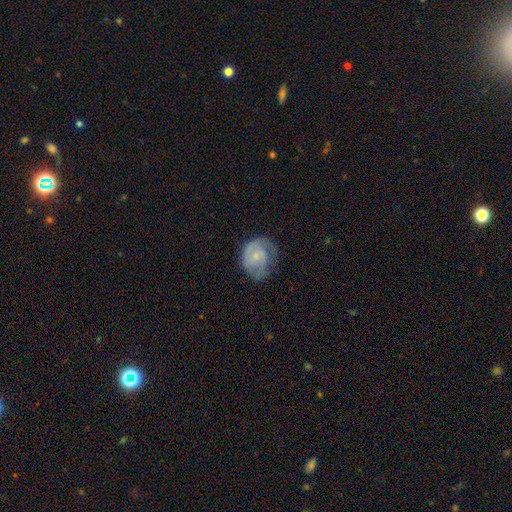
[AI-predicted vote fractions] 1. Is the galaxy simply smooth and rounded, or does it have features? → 49% smooth, 44% featured or disk, 7% star or artifact.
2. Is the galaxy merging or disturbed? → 48% none, 32% minor disturbance, 19% major disturbance, 2% merger.